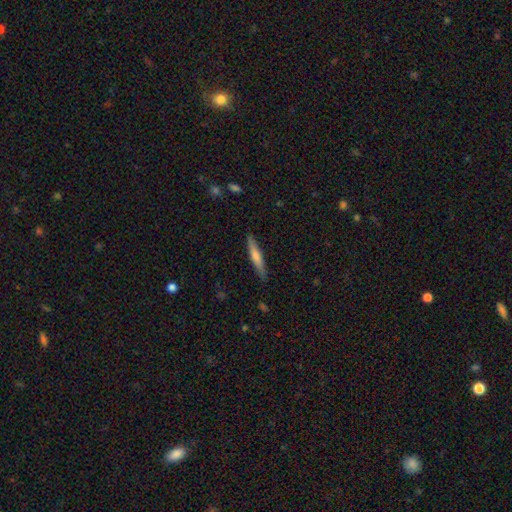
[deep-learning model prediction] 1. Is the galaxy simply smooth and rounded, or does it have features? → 57% smooth, 37% featured or disk, 6% star or artifact.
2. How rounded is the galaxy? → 92% cigar-shaped, 7% in between, 1% round.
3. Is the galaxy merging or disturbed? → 88% none, 9% minor disturbance, 2% major disturbance, 1% merger.